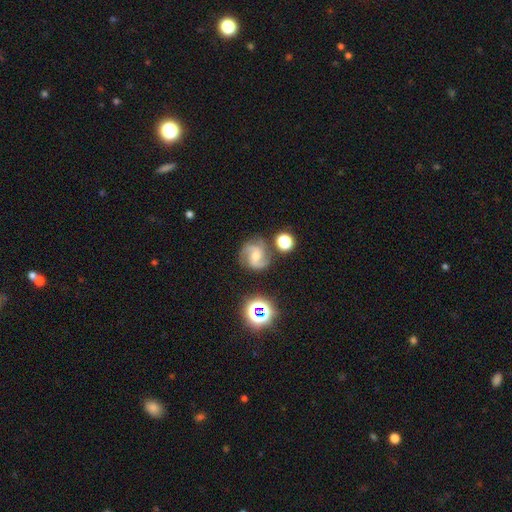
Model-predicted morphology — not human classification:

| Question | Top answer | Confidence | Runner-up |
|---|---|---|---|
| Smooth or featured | featured or disk | 81% | smooth (10%) |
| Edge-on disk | no | 98% | yes (2%) |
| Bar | no | 47% | weak (42%) |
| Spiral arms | yes | 97% | no (3%) |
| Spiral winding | medium | 55% | tight (24%) |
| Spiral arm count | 3 | 46% | 2 (36%) |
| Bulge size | moderate | 49% | small (43%) |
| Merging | none | 74% | minor disturbance (15%) |